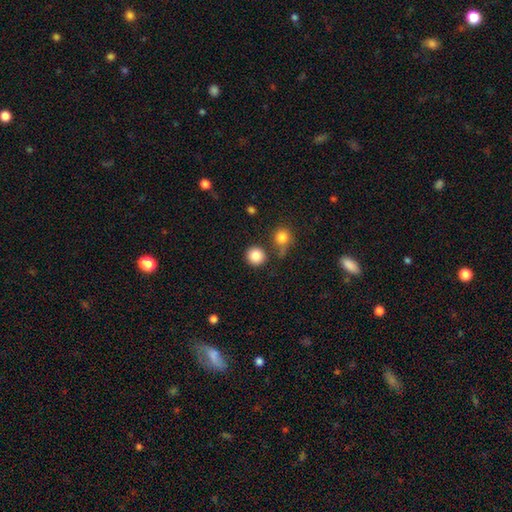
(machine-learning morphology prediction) Smooth or featured: smooth — 86% (star or artifact — 9%)
How rounded: round — 92% (in between — 7%)
Merging: none — 79% (merger — 9%)